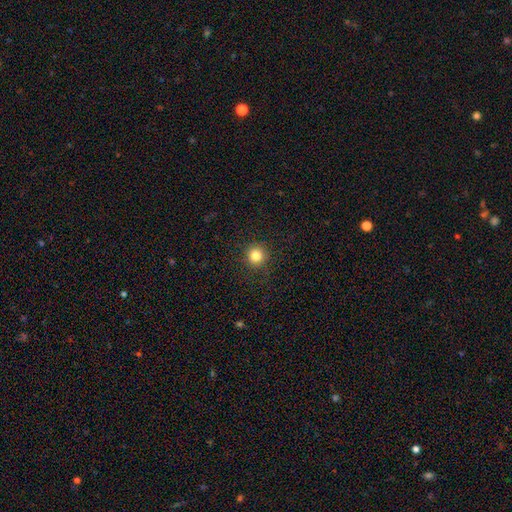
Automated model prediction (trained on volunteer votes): A smooth galaxy with no disk features (82%) that is round (94%). Merging: none (90%).